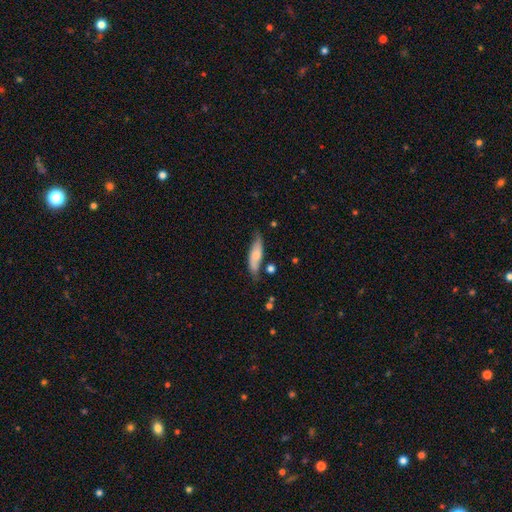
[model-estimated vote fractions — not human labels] This appears to be a smooth galaxy with no disk features (68%) that is cigar-shaped (52%). Merging: none (65%).